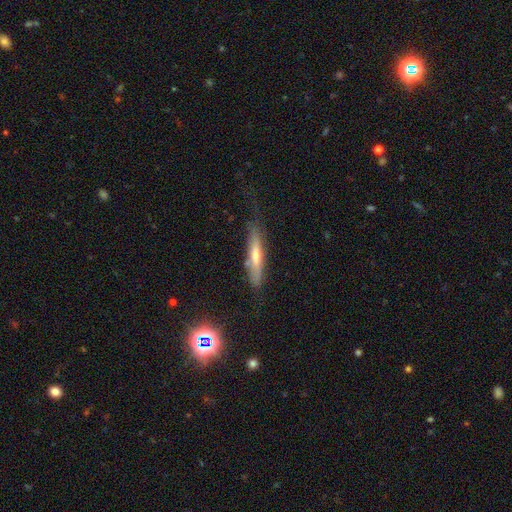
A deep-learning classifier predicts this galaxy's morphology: type=smooth (47%); merging=none (66%).